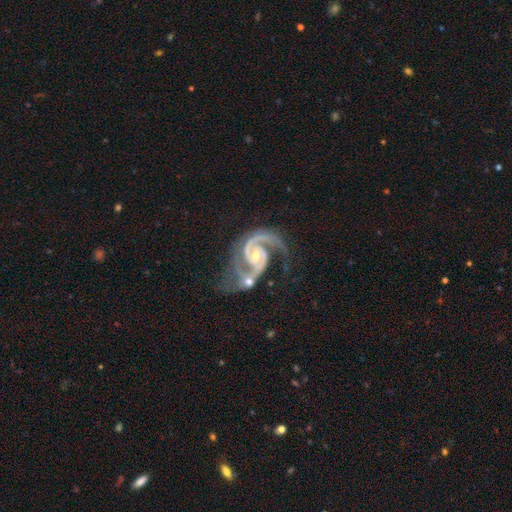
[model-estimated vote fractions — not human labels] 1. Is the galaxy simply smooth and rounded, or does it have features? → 94% featured or disk, 4% star or artifact, 2% smooth.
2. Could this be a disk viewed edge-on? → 98% no, 2% yes.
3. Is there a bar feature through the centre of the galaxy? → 52% no, 34% weak, 14% strong.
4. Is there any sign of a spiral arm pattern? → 99% yes, 1% no.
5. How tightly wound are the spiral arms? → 55% medium, 34% tight, 11% loose.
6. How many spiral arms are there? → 90% 2, 3% 3, 2% 1, 2% can't tell, 1% 4, 1% more than 4.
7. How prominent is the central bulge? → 56% small, 40% moderate, 2% none, 2% large, 1% dominant.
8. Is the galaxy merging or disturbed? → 40% none, 27% merger, 17% minor disturbance, 16% major disturbance.